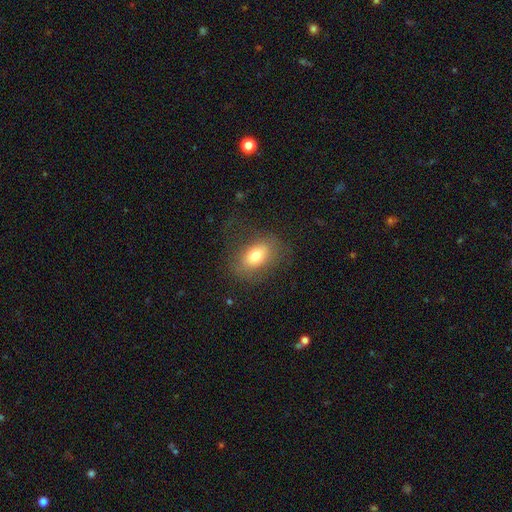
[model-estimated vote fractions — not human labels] smooth_or_featured: smooth (p=0.72) [alt: featured or disk p=0.18]
how_rounded: in between (p=0.83) [alt: round p=0.15]
merging: none (p=0.68) [alt: minor disturbance p=0.17]